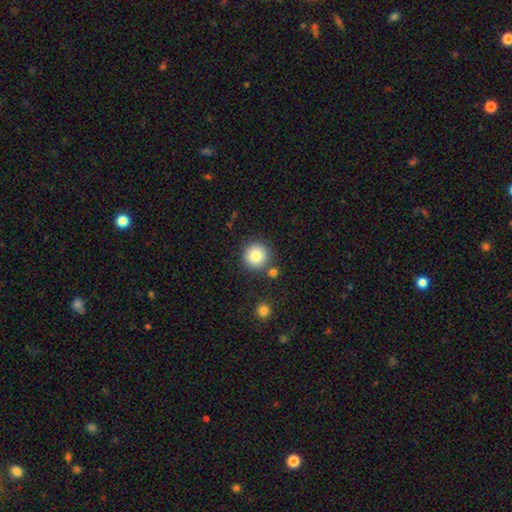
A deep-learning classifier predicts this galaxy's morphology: Overall: smooth (83%). How rounded: round (95%). Merging: none (82%).